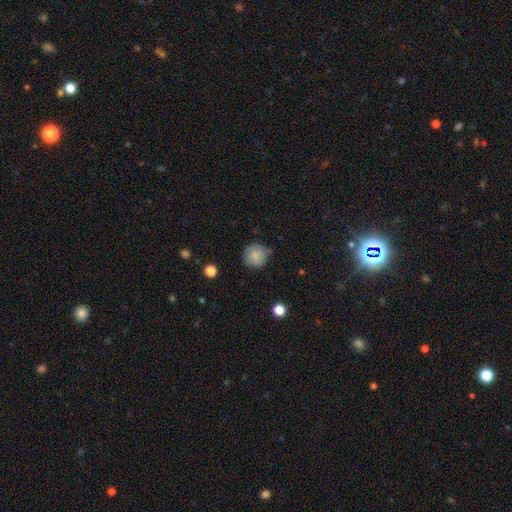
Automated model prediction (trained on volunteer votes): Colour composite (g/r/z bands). It shows a smooth galaxy with no disk features (85%) that is round (93%). Merging: none (80%).